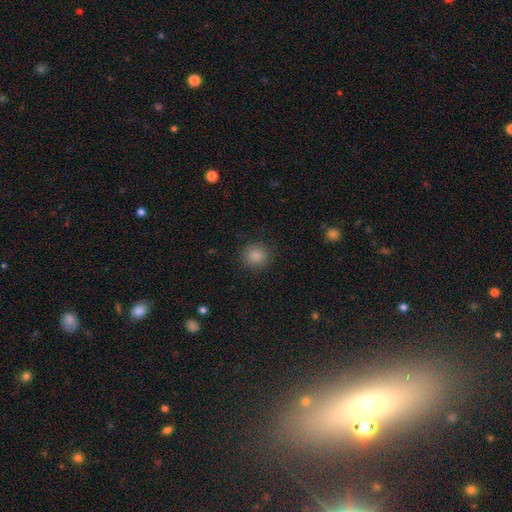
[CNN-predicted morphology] Smooth or featured? Predicted: smooth (p=0.86). How rounded? Predicted: round (p=0.90). Merging? Predicted: none (p=0.88).